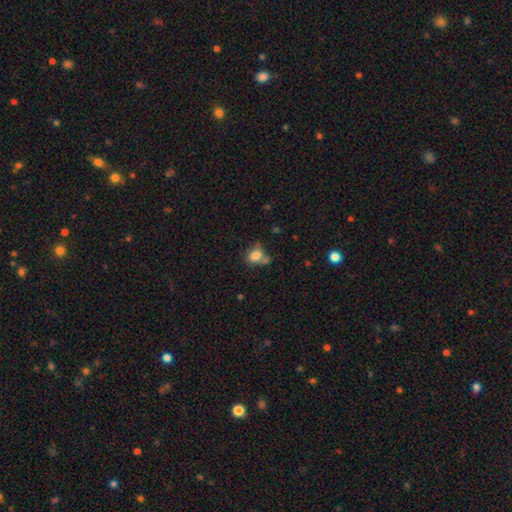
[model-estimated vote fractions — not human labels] smooth-or-featured: smooth: 79% | featured or disk: 10% | star or artifact: 10%
  how-rounded: round: 50% | in between: 49% | cigar-shaped: 1%
  merging: none: 44% | merger: 25% | minor disturbance: 22% | major disturbance: 9%